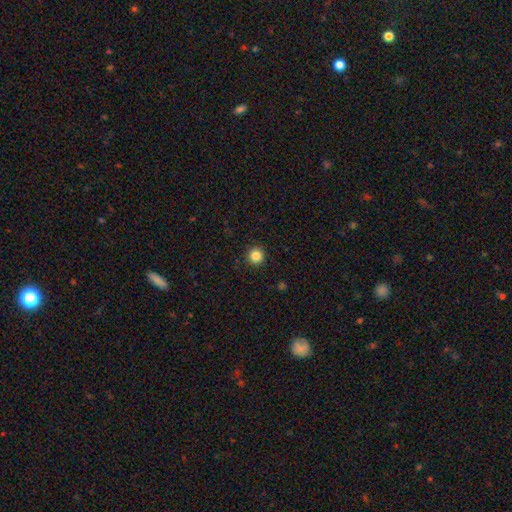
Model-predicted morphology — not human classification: Overall: smooth (85%). How rounded: round (96%). Merging: none (93%).